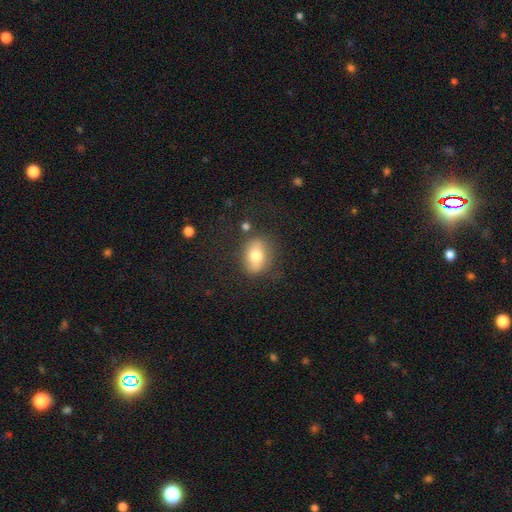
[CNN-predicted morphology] A smooth galaxy with no disk features (71%) that is in between round and cigar-shaped (60%).

Vote fractions:
- Smooth or featured? smooth: 71% / featured or disk: 20% / star or artifact: 9%
- How rounded? in between: 60% / round: 38% / cigar-shaped: 2%
- Merging? none: 76% / minor disturbance: 15% / major disturbance: 5% / merger: 3%